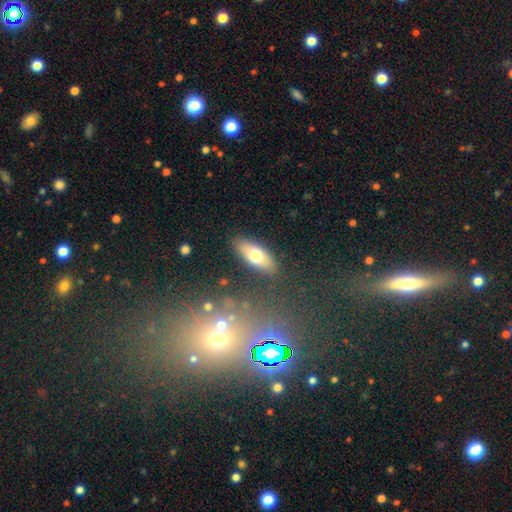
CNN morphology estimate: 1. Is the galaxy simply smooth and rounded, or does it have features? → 68% smooth, 25% featured or disk, 7% star or artifact.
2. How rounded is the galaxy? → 76% in between, 20% cigar-shaped, 3% round.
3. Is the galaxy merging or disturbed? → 84% none, 11% minor disturbance, 3% major disturbance, 2% merger.